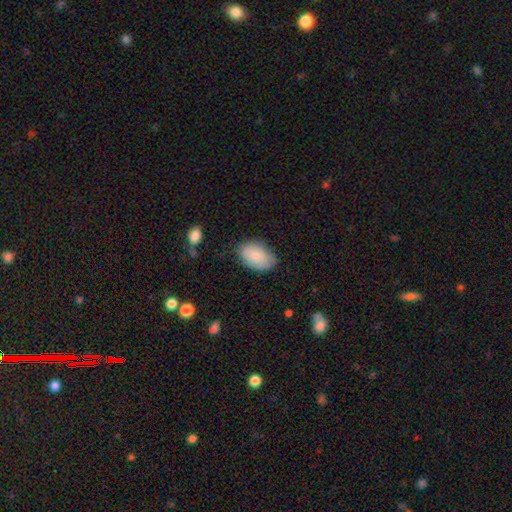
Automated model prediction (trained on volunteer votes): Q: Smooth or featured?
A: smooth (86%); runner-up: featured or disk (7%)
Q: How rounded?
A: in between (92%); runner-up: round (7%)
Q: Merging?
A: none (76%); runner-up: minor disturbance (18%)